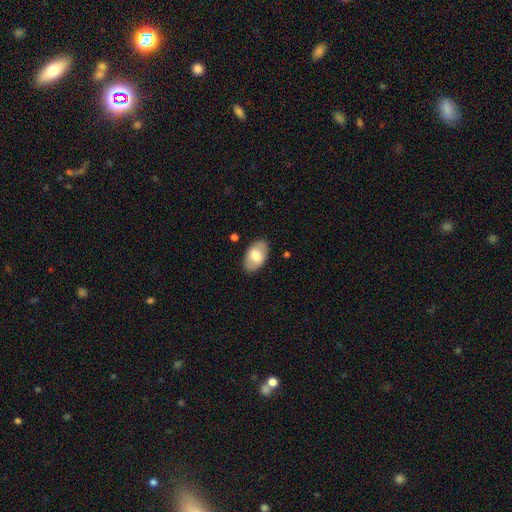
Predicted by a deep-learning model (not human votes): Smooth or featured: smooth — 70% (featured or disk — 24%)
How rounded: in between — 93% (round — 5%)
Merging: none — 86% (minor disturbance — 10%)